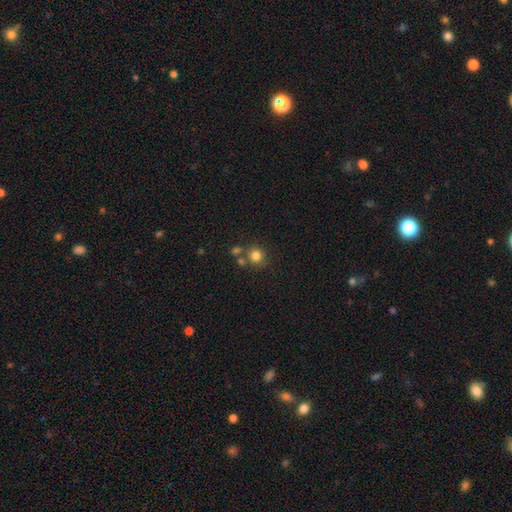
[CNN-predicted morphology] Smooth or featured? Predicted: smooth (p=0.80). How rounded? Predicted: round (p=0.90). Merging? Predicted: none (p=0.67).